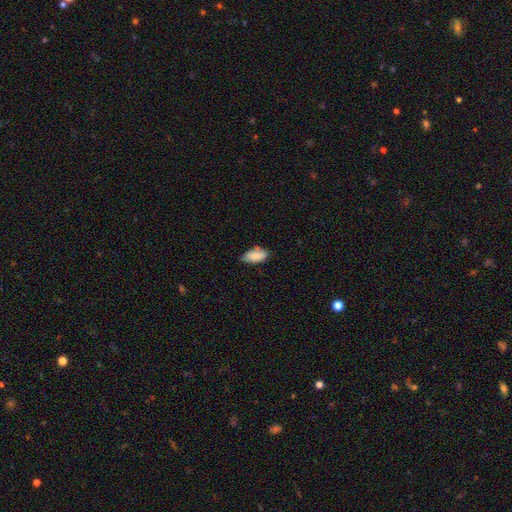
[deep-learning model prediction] Q: Smooth or featured?
A: smooth (86%); runner-up: featured or disk (7%)
Q: How rounded?
A: in between (90%); runner-up: cigar-shaped (7%)
Q: Merging?
A: none (66%); runner-up: minor disturbance (27%)